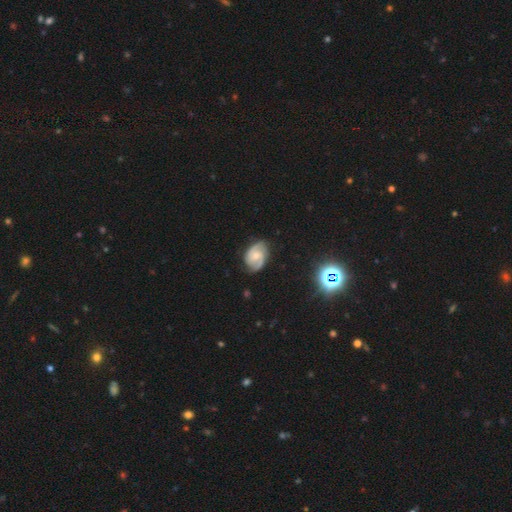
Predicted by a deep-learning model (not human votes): A featured or disk galaxy (79%) with no bar (59%), 2 (82%) medium (47%) spiral arms (96%) and a small central bulge (48%). Merging: none (75%).